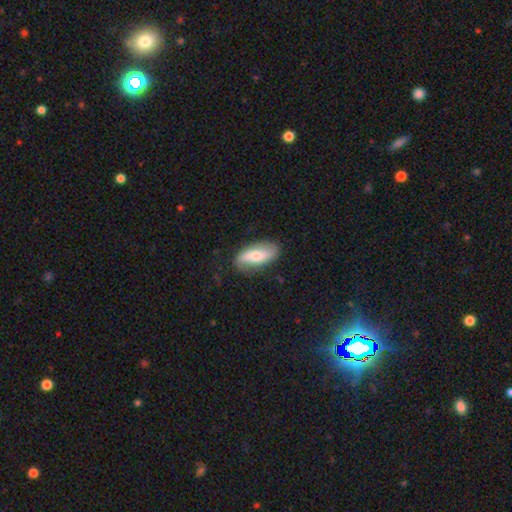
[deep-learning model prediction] Morphology: type=smooth (56%); roundness=in between (73%); merging=none (78%).